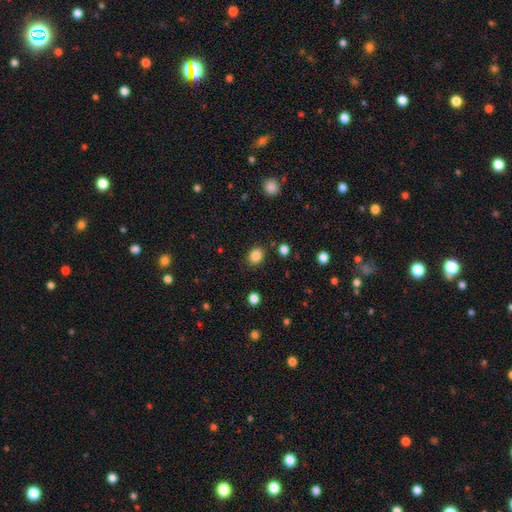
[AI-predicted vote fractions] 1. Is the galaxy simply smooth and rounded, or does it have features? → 85% smooth, 10% star or artifact, 5% featured or disk.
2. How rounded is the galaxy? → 51% round, 48% in between, 1% cigar-shaped.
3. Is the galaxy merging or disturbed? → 84% none, 10% minor disturbance, 3% major disturbance, 2% merger.